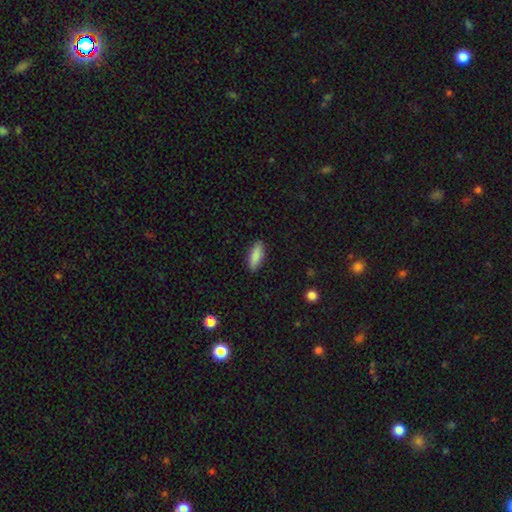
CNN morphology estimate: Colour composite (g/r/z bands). It shows a smooth galaxy with no disk features (88%) that is in between round and cigar-shaped (65%). Merging: none (89%).